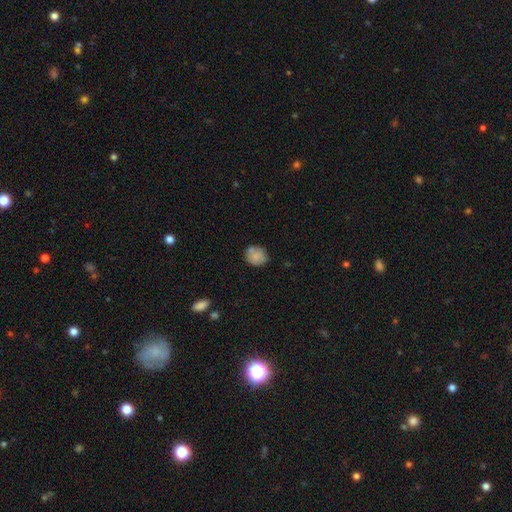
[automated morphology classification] Q: Smooth or featured?
A: smooth (80%); runner-up: featured or disk (11%)
Q: How rounded?
A: round (75%); runner-up: in between (24%)
Q: Merging?
A: none (67%); runner-up: minor disturbance (19%)